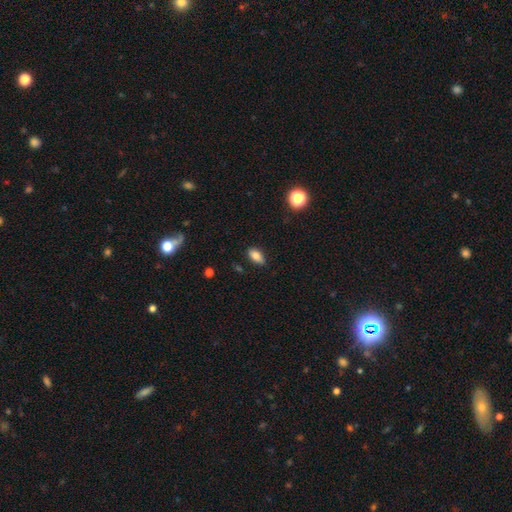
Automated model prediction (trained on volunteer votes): smooth_or_featured: smooth (p=0.81) [alt: featured or disk p=0.10]
how_rounded: in between (p=0.88) [alt: cigar-shaped p=0.06]
merging: none (p=0.83) [alt: minor disturbance p=0.13]